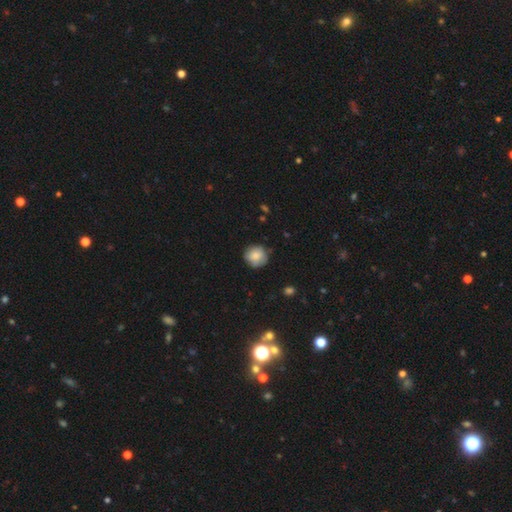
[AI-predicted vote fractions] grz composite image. It shows a smooth galaxy with no disk features (81%) that is round (89%). Merging: none (77%).